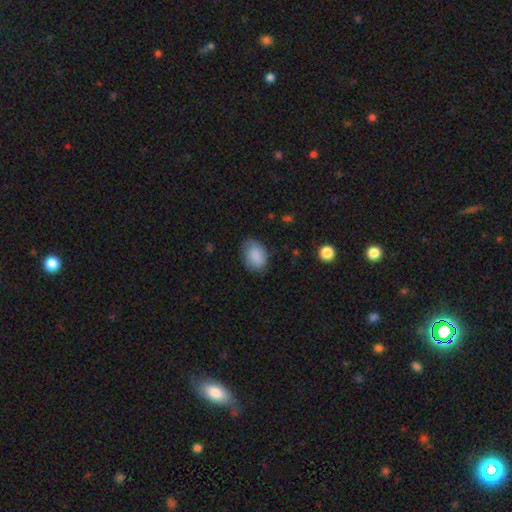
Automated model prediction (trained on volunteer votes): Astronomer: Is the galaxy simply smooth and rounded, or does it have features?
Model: smooth — 84%.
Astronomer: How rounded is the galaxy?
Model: in between — 77%.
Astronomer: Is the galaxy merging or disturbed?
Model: none — 68%.